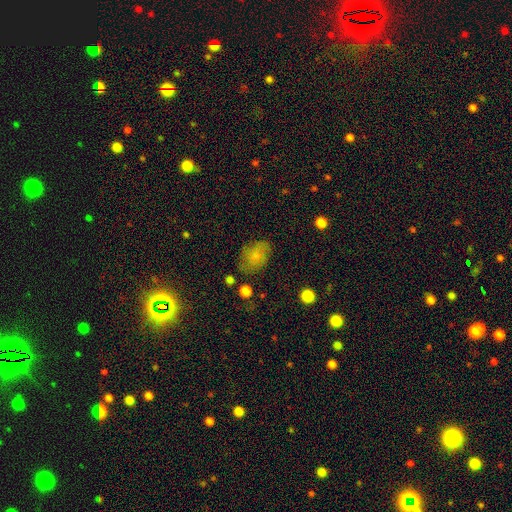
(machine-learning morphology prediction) Overall: smooth (74%). How rounded: in between (81%). Merging: none (71%).